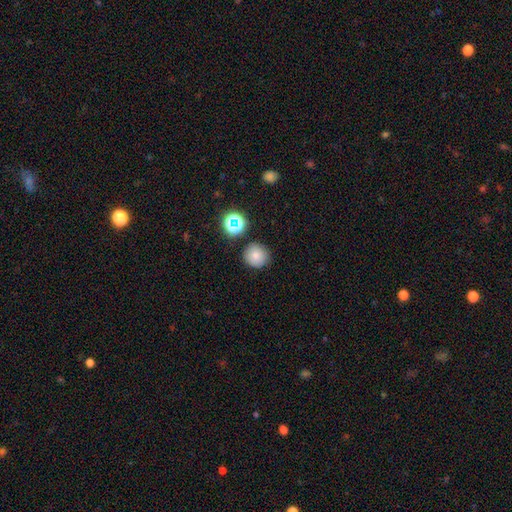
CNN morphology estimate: type=smooth (75%); roundness=round (92%); merging=none (85%).